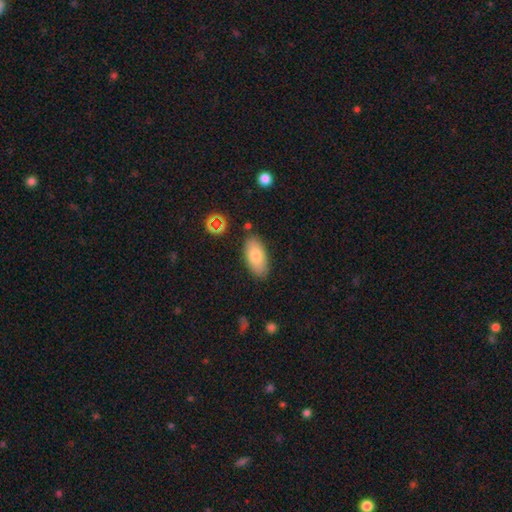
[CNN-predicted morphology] type=smooth (78%); roundness=in between (91%); merging=none (84%).